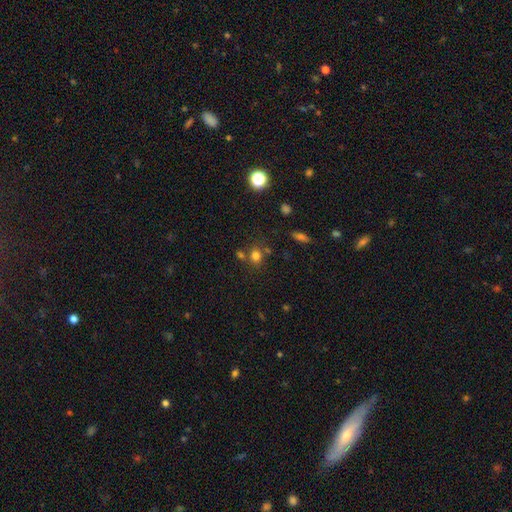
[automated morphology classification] smooth 74%, star or artifact 18%, featured or disk 8%. Down the decision tree: how rounded — round (74%); merging — none (63%).